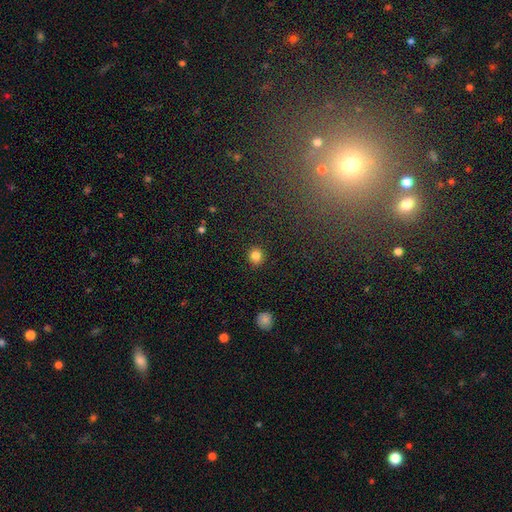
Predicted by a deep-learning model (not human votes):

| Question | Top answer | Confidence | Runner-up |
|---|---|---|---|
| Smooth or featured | smooth | 83% | star or artifact (12%) |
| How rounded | round | 91% | in between (8%) |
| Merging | none | 92% | minor disturbance (5%) |